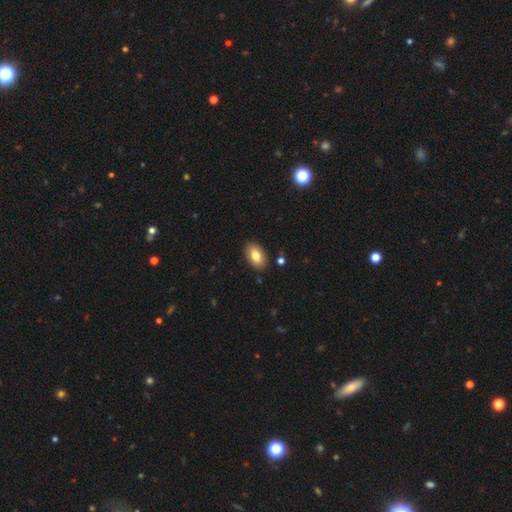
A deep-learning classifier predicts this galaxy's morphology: Overall: smooth (81%). How rounded: in between (92%). Merging: none (88%).